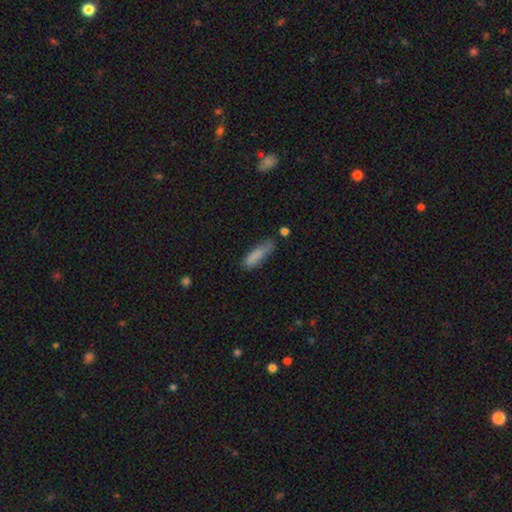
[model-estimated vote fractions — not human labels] This is clearly a smooth galaxy (82%). How rounded: likely cigar-shaped (63%). Merging: possibly none (55%).